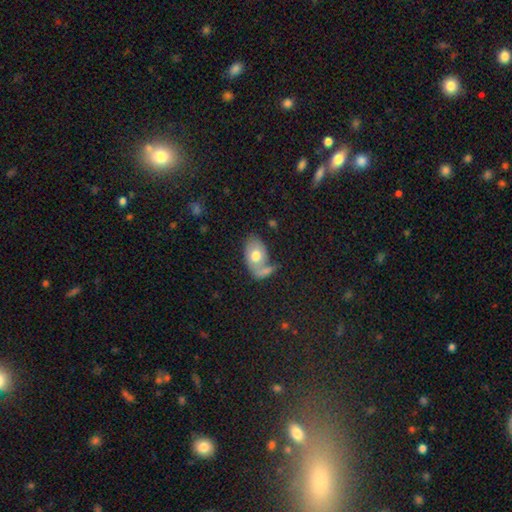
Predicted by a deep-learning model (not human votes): Smooth or featured? smooth (67%)
How rounded? in between (88%)
Merging? none (40%)